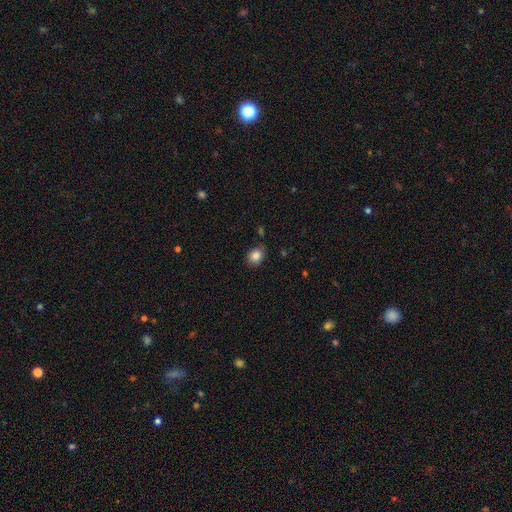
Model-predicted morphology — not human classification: smooth-or-featured: smooth: 85% | star or artifact: 10% | featured or disk: 5%
  how-rounded: round: 59% | in between: 41% | cigar-shaped: 1%
  merging: none: 77% | minor disturbance: 17% | major disturbance: 4% | merger: 2%